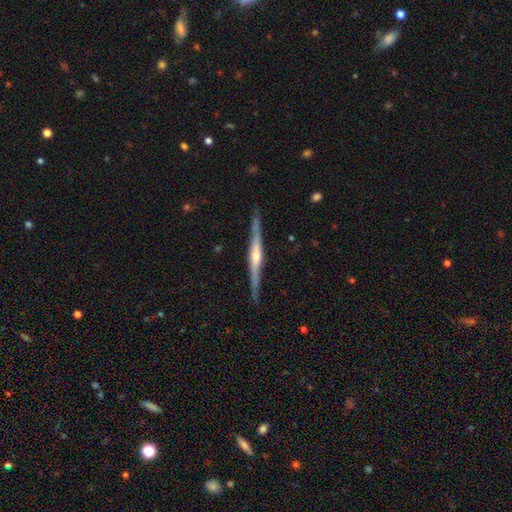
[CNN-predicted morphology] Smooth or featured? featured or disk (80%)
Edge-on disk? yes (98%)
Edge-on bulge? rounded (75%)
Merging? none (89%)